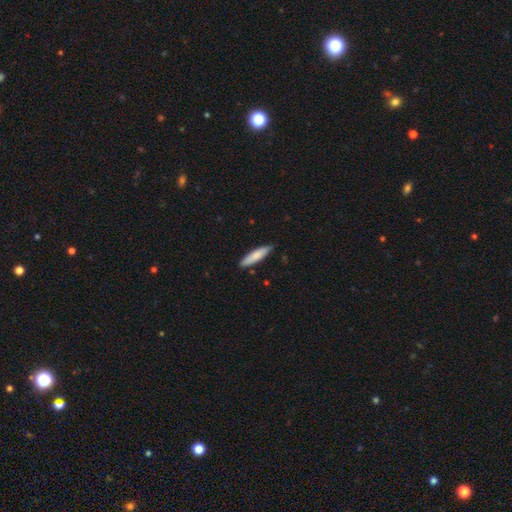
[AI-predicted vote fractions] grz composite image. It shows a smooth galaxy with no disk features (79%) that is cigar-shaped (75%). Merging: none (84%).